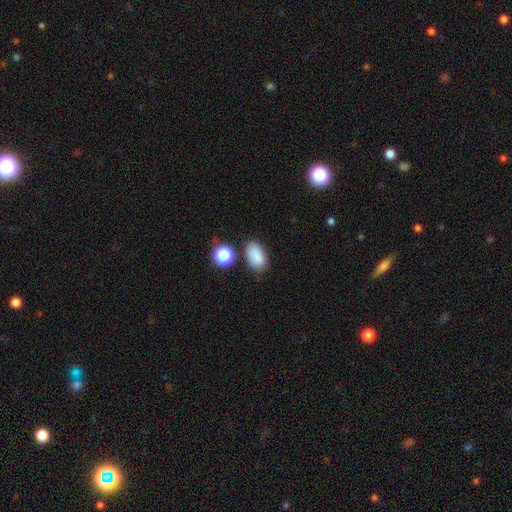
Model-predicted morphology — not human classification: A smooth galaxy with no disk features (85%) that is in between round and cigar-shaped (90%).

Vote fractions:
- Smooth or featured? smooth: 85% / star or artifact: 10% / featured or disk: 5%
- How rounded? in between: 90% / round: 8% / cigar-shaped: 2%
- Merging? none: 77% / minor disturbance: 14% / merger: 6% / major disturbance: 4%